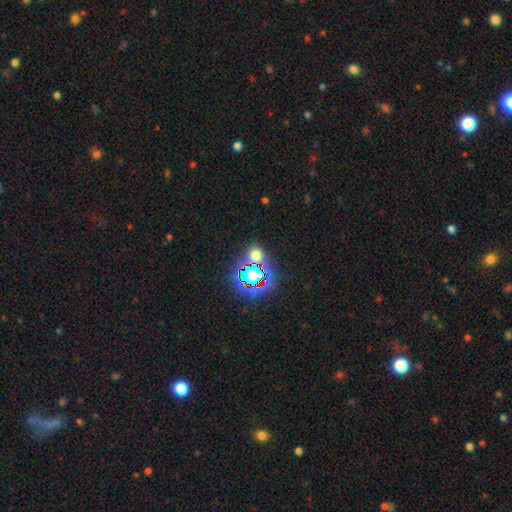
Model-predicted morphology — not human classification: Overall: star or artifact (47%; smooth 44%).